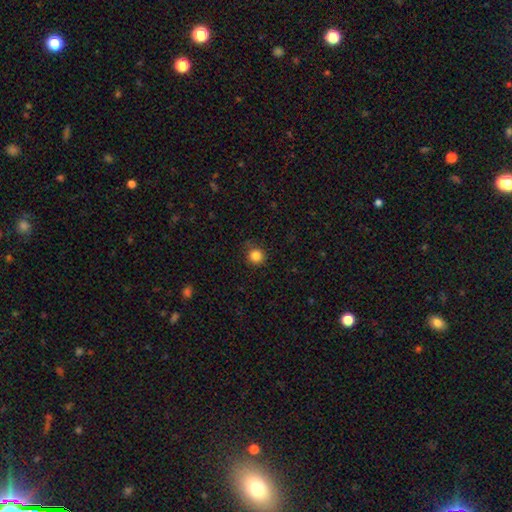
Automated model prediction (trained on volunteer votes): This appears to be a smooth galaxy with no disk features (85%) that is round (94%). Merging: none (86%).